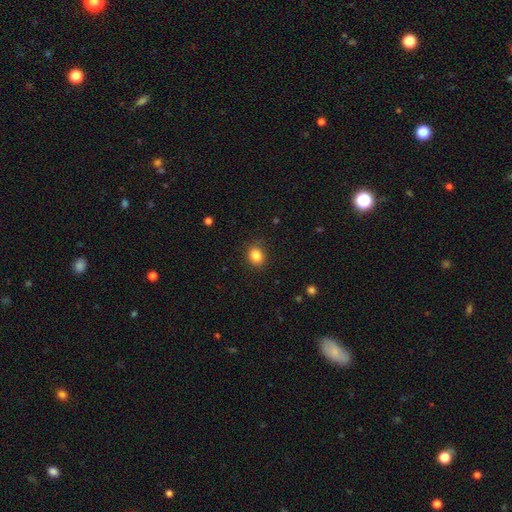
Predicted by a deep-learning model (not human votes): Smooth or featured? Predicted: smooth (p=0.84). How rounded? Predicted: round (p=0.57). Merging? Predicted: none (p=0.85).